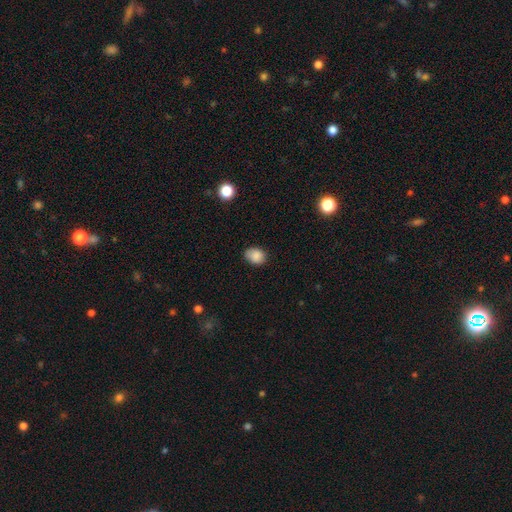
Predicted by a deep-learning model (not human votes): The model was most divided on "how rounded": in between: 59%, round: 40%, cigar-shaped: 1%. More confident: smooth or featured — smooth (87%); merging — none (79%).